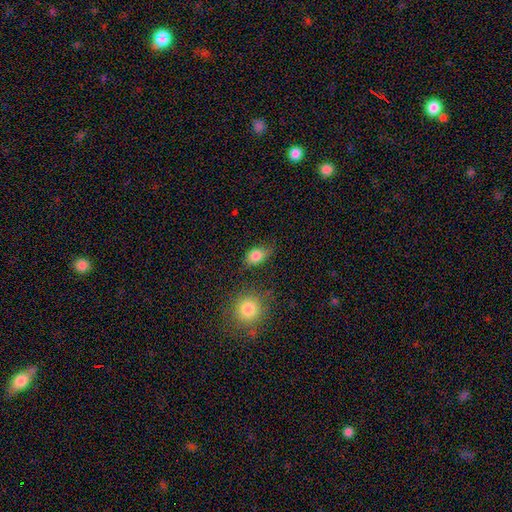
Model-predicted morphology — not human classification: smooth_or_featured: smooth (p=0.83) [alt: star or artifact p=0.09]
how_rounded: in between (p=0.75) [alt: round p=0.22]
merging: none (p=0.65) [alt: minor disturbance p=0.24]